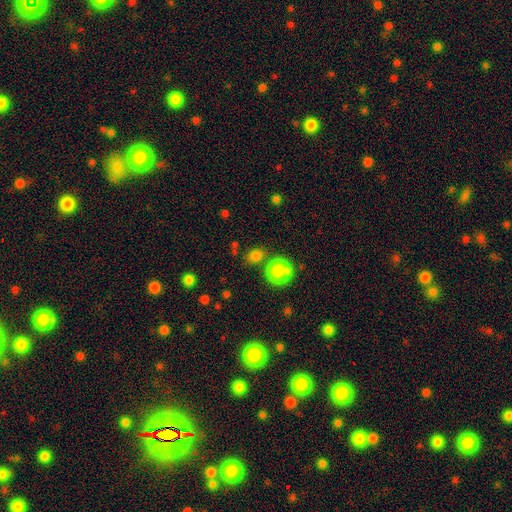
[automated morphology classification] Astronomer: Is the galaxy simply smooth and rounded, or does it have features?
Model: smooth — 81%.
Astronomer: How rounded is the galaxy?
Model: round — 66%.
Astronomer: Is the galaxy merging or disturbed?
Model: none — 70%.